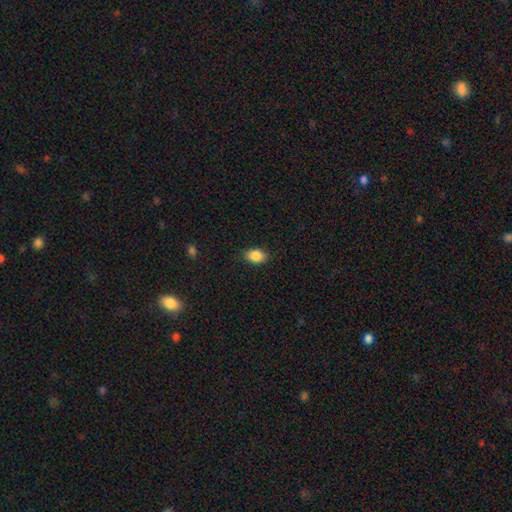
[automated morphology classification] This is clearly a smooth galaxy (87%). How rounded: clearly in between (84%). Merging: clearly none (86%).